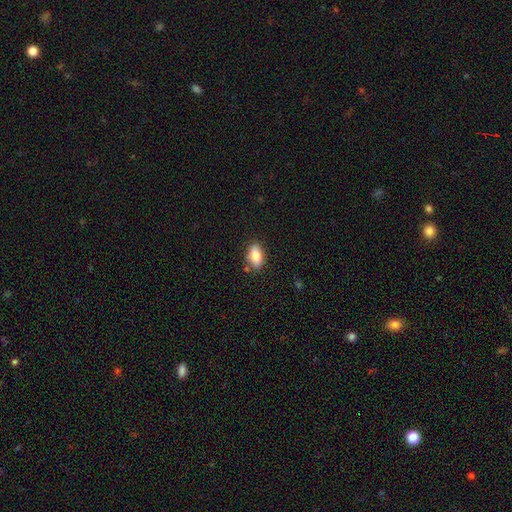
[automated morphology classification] Smooth or featured? smooth (78%)
How rounded? in between (86%)
Merging? none (81%)